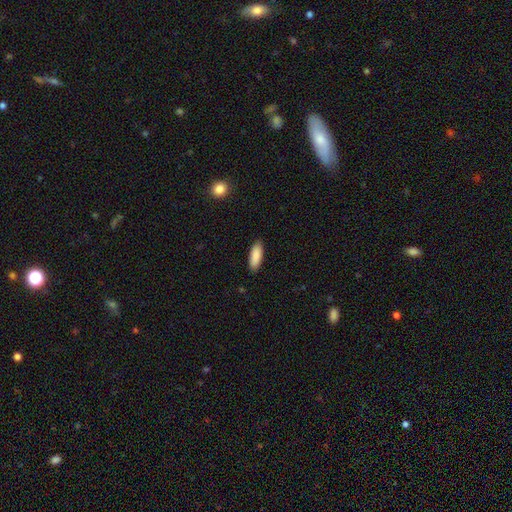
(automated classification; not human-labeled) Smooth or featured? smooth (89%)
How rounded? in between (66%)
Merging? none (88%)